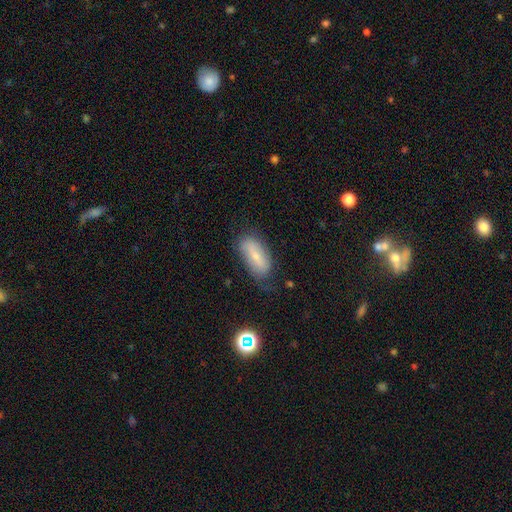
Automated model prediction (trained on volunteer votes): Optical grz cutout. It shows a smooth galaxy with no disk features (57%) that is in between round and cigar-shaped (84%). Merging: none (62%).